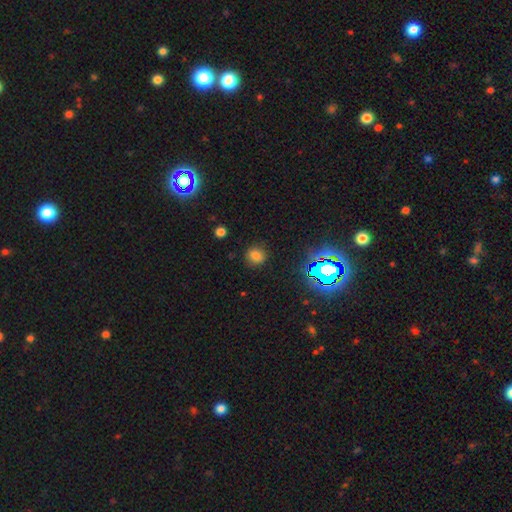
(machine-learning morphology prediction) Smooth or featured? smooth (74%)
How rounded? round (83%)
Merging? none (86%)